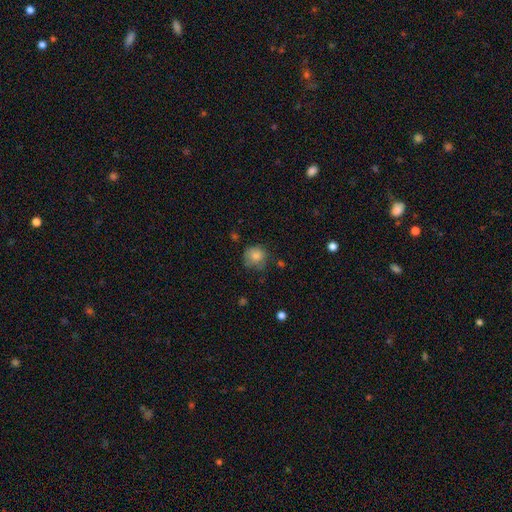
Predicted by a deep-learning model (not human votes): This appears to be a smooth galaxy with no disk features (81%) that is round (86%). Merging: none (64%).